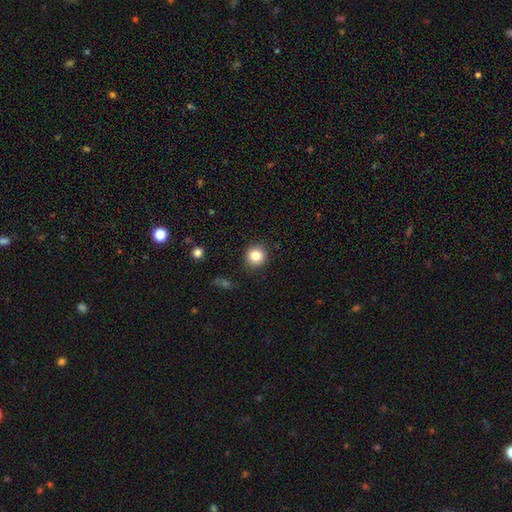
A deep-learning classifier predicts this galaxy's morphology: smooth 84%, star or artifact 10%, featured or disk 6%. Down the decision tree: how rounded — round (91%); merging — none (89%).